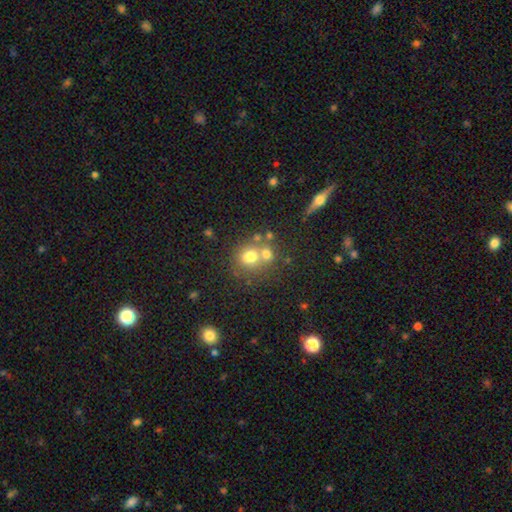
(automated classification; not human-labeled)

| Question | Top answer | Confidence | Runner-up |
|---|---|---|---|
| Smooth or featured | smooth | 60% | featured or disk (21%) |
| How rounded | round | 84% | in between (14%) |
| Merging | none | 51% | merger (37%) |